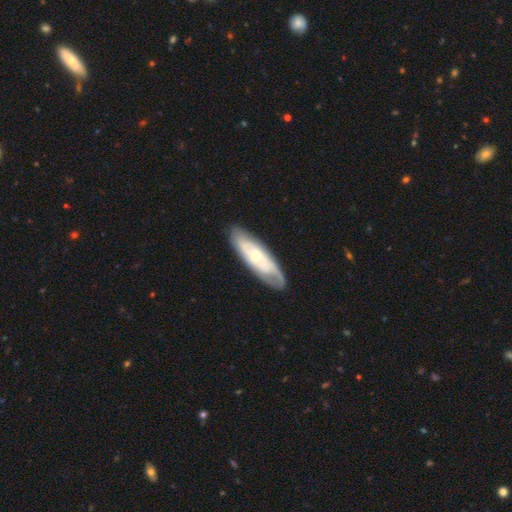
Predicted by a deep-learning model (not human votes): The model was most divided on "bulge size": moderate: 49%, small: 45%, large: 4%, none: 2%, dominant: 1%. More confident: spiral arms — yes (82%); merging — none (79%); edge-on disk — no (76%); bar — no (70%); smooth or featured — featured or disk (68%).